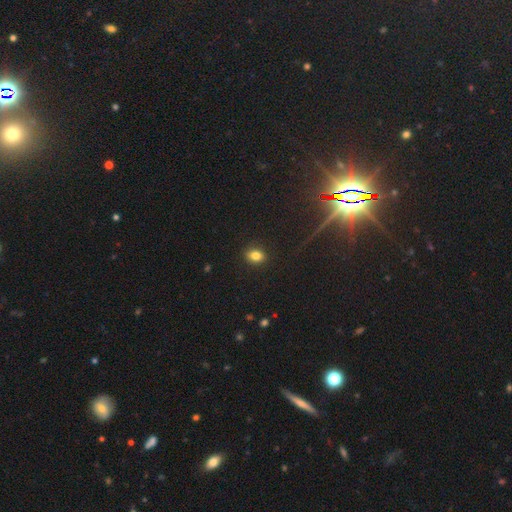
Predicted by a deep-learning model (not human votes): Smooth or featured? smooth (82%)
How rounded? in between (57%)
Merging? none (89%)